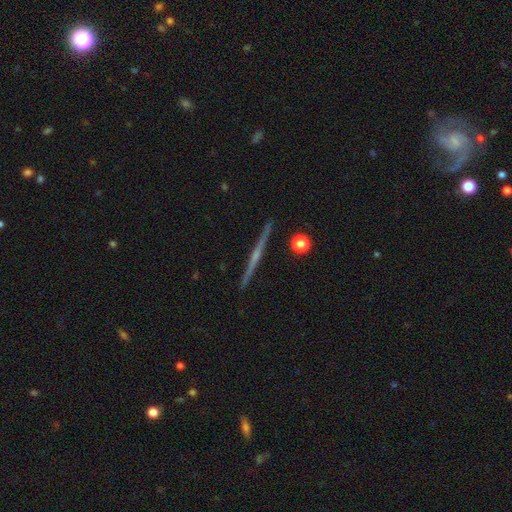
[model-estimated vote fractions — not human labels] Smooth or featured? Predicted: featured or disk (p=0.79). Edge-on disk? Predicted: yes (p=0.98). Edge-on bulge? Predicted: rounded (p=0.65). Merging? Predicted: none (p=0.91).